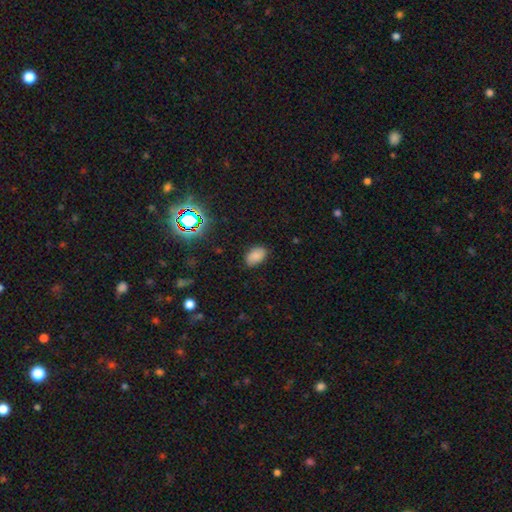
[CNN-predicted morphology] smooth_or_featured: smooth (p=0.81) [alt: star or artifact p=0.13]
how_rounded: in between (p=0.90) [alt: round p=0.08]
merging: none (p=0.84) [alt: minor disturbance p=0.13]